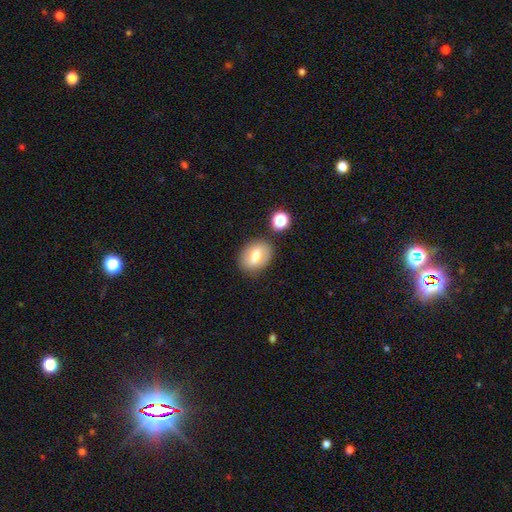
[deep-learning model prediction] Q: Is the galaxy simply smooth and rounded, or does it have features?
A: smooth — 64%.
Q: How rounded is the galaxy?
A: in between — 73%.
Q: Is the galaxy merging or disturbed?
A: none — 75%.